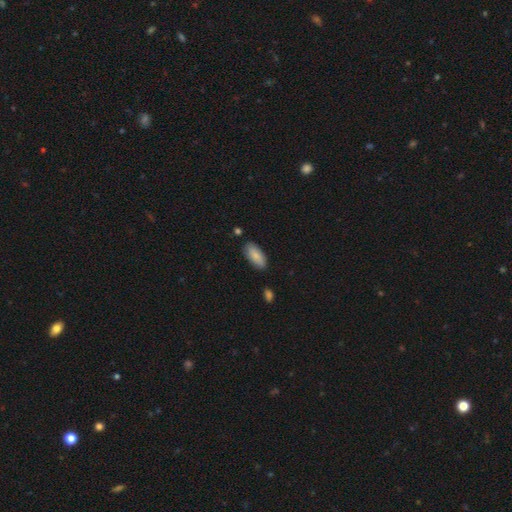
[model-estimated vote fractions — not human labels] Q: Smooth or featured?
A: smooth (84%); runner-up: featured or disk (10%)
Q: How rounded?
A: in between (85%); runner-up: cigar-shaped (13%)
Q: Merging?
A: none (83%); runner-up: minor disturbance (12%)